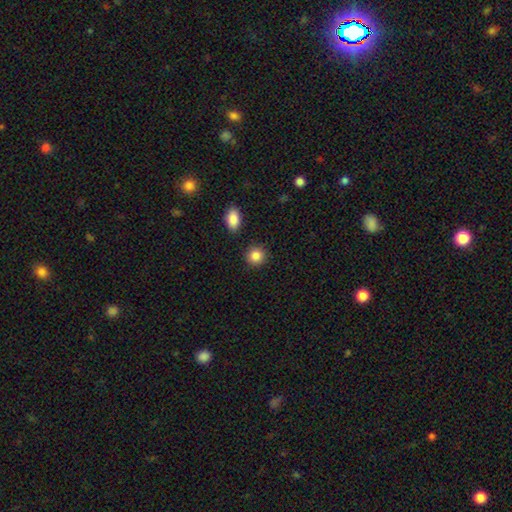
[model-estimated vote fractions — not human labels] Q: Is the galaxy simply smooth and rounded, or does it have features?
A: smooth — 87%.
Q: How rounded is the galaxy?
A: round — 89%.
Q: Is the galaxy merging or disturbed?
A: none — 89%.